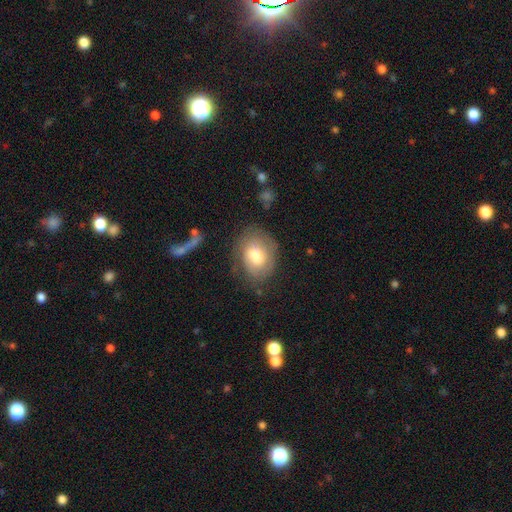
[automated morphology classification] A smooth galaxy with no disk features (68%) that is in between round and cigar-shaped (63%). Merging: none (69%).